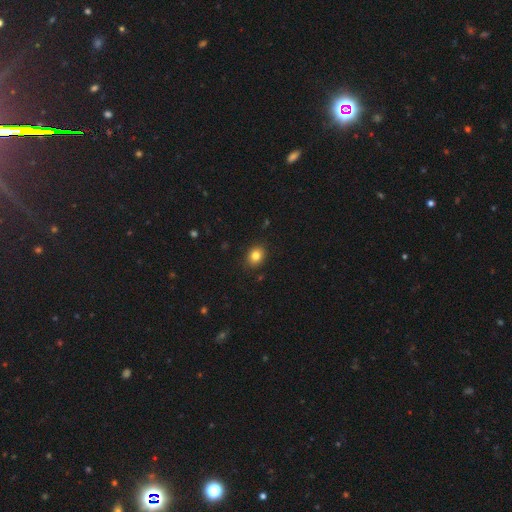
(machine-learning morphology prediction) This appears to be a smooth galaxy with no disk features (82%) that is round (54%). Merging: none (89%).